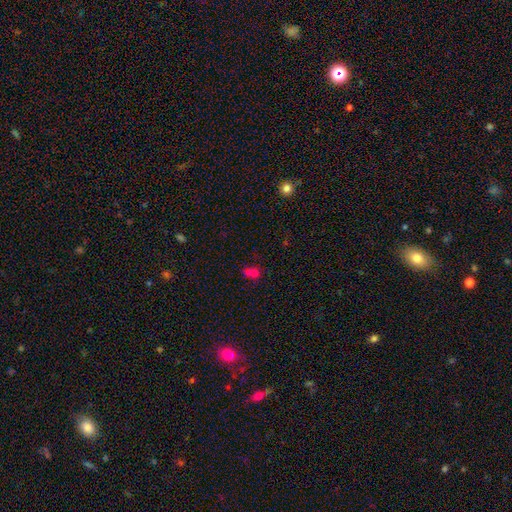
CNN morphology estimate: smooth-or-featured: smooth: 54% | star or artifact: 35% | featured or disk: 10%
  how-rounded: in between: 51% | round: 45% | cigar-shaped: 4%
  merging: none: 47% | merger: 33% | minor disturbance: 13% | major disturbance: 8%